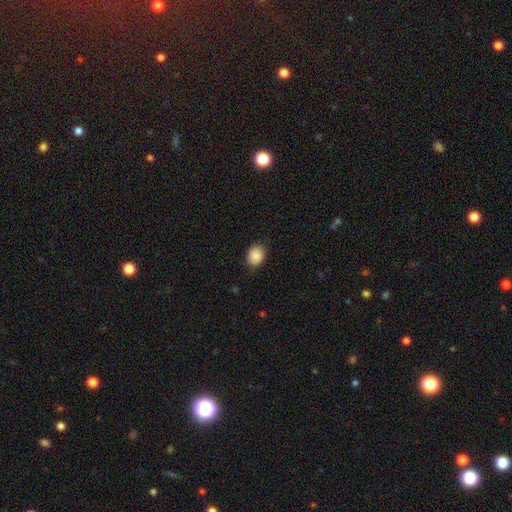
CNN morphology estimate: type=smooth (89%); roundness=round (54%); merging=none (84%).